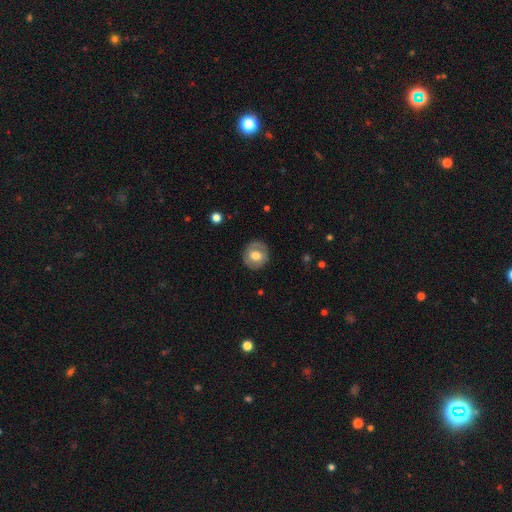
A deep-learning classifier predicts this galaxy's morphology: smooth-or-featured: smooth: 60% | featured or disk: 33% | star or artifact: 7%
  how-rounded: round: 89% | in between: 10% | cigar-shaped: 1%
  merging: none: 86% | minor disturbance: 10% | major disturbance: 3% | merger: 1%